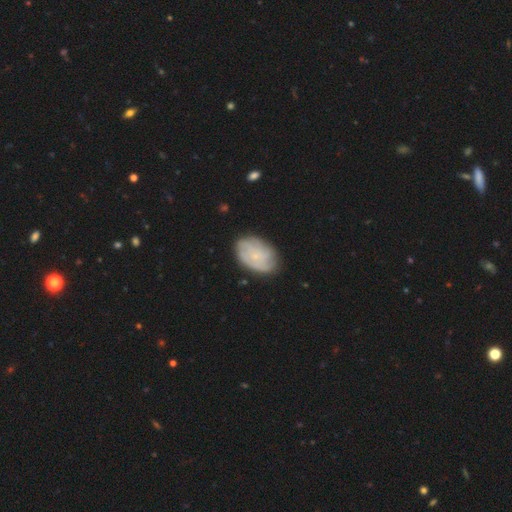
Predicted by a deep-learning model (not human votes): Smooth or featured?
  - featured or disk: 51% *
  - smooth: 42%
  - star or artifact: 7%
Edge-on disk?
  - no: 97% *
  - yes: 3%
Merging?
  - none: 76% *
  - minor disturbance: 17%
  - major disturbance: 5%
  - merger: 1%